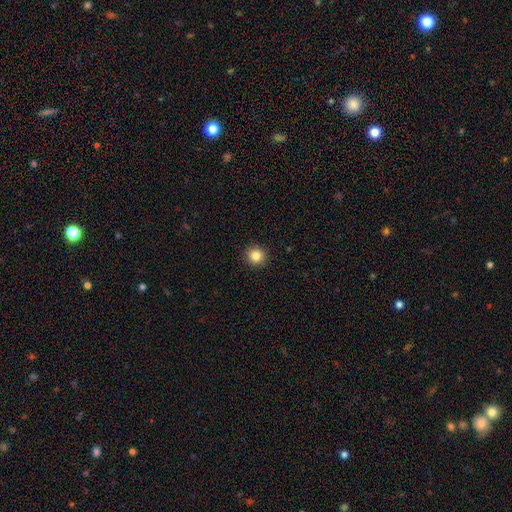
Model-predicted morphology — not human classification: This is clearly a smooth galaxy (85%). How rounded: clearly round (95%). Merging: clearly none (93%).